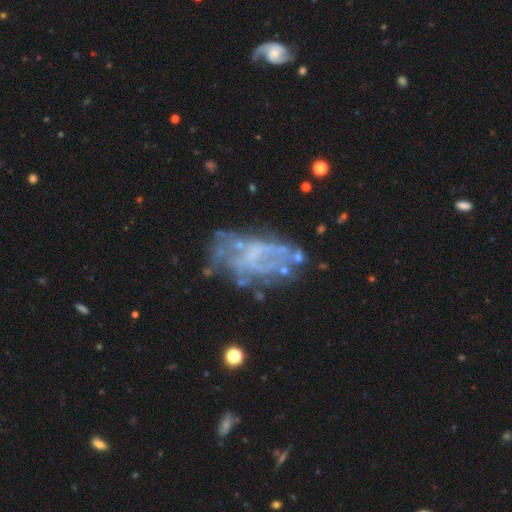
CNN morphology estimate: featured or disk 68%, smooth 19%, star or artifact 13%. Down the decision tree: edge-on disk — no (96%); bar — no (73%); spiral arms — no (71%); bulge size — none (69%); merging — none (44%).